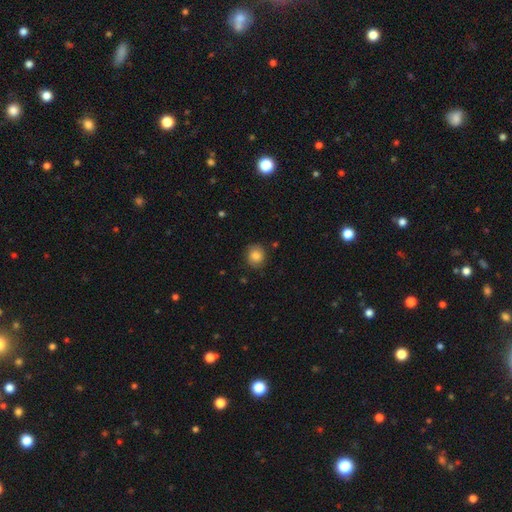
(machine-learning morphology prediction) Smooth or featured? smooth (80%)
How rounded? round (79%)
Merging? none (83%)